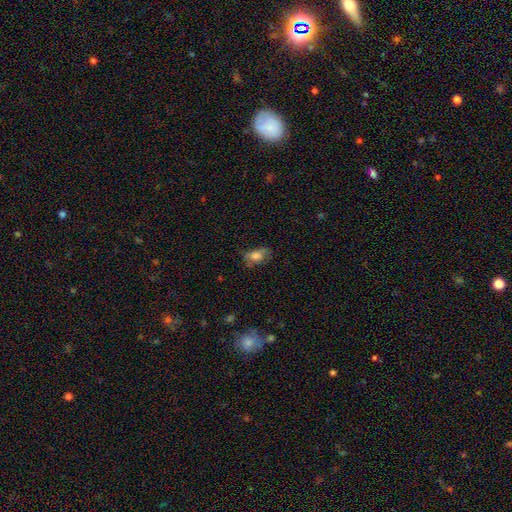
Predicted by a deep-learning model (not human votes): This is likely a smooth galaxy (69%). How rounded: clearly in between (84%). Merging: possibly none (58%).